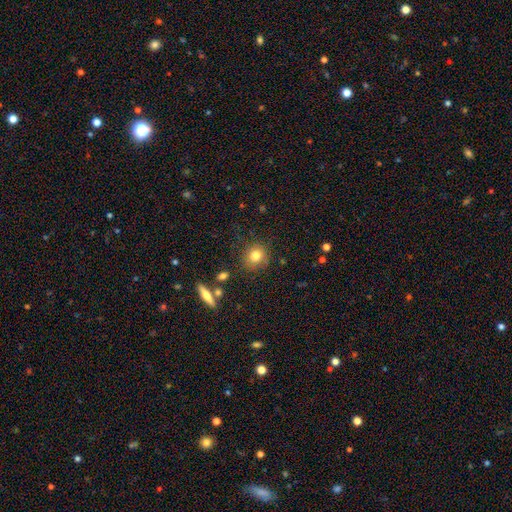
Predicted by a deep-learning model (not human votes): The model was most divided on "how rounded": round: 80%, in between: 19%, cigar-shaped: 1%. More confident: merging — none (81%); smooth or featured — smooth (79%).